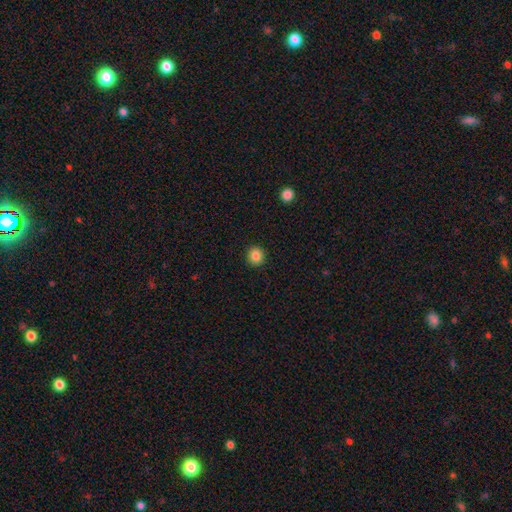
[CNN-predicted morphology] A smooth galaxy with no disk features (85%) that is round (91%). Merging: none (93%).